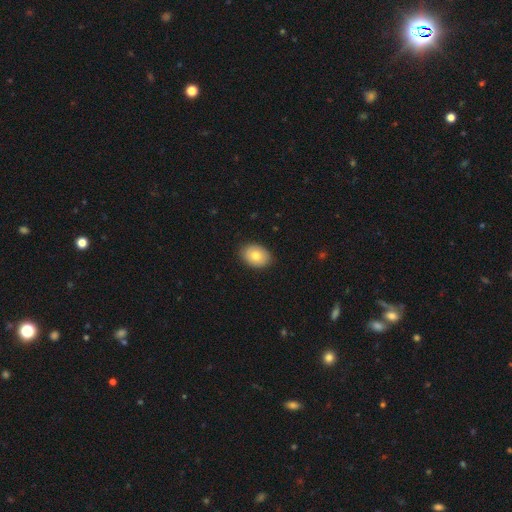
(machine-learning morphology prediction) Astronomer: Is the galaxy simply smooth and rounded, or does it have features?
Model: smooth — 79%.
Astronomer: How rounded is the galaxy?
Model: in between — 71%.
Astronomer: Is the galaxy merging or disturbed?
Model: none — 88%.